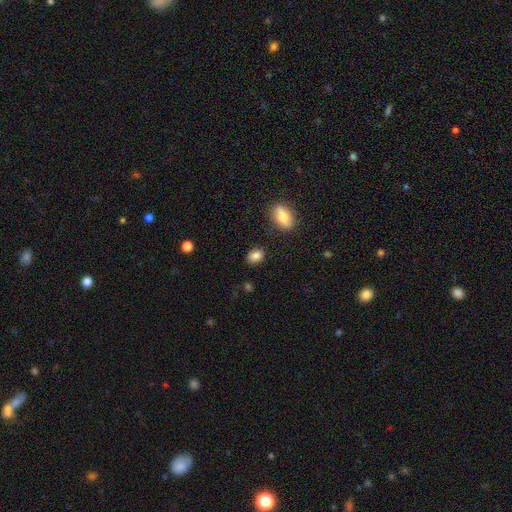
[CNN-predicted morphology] Q: Smooth or featured?
A: smooth (85%); runner-up: star or artifact (9%)
Q: How rounded?
A: in between (69%); runner-up: round (30%)
Q: Merging?
A: none (83%); runner-up: minor disturbance (11%)